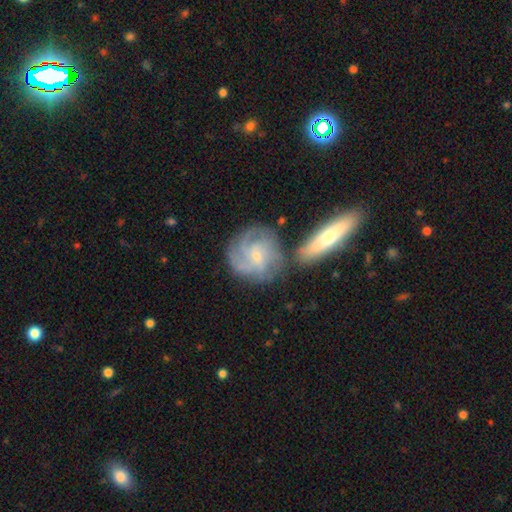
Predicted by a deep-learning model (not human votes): Q: Smooth or featured?
A: featured or disk (72%); runner-up: smooth (22%)
Q: Edge-on disk?
A: no (96%); runner-up: yes (4%)
Q: Bar?
A: no (59%); runner-up: weak (35%)
Q: Spiral arms?
A: yes (90%); runner-up: no (10%)
Q: Spiral winding?
A: tight (53%); runner-up: medium (34%)
Q: Spiral arm count?
A: can't tell (29%); runner-up: 3 (26%)
Q: Bulge size?
A: small (73%); runner-up: moderate (21%)
Q: Merging?
A: none (57%); runner-up: merger (18%)